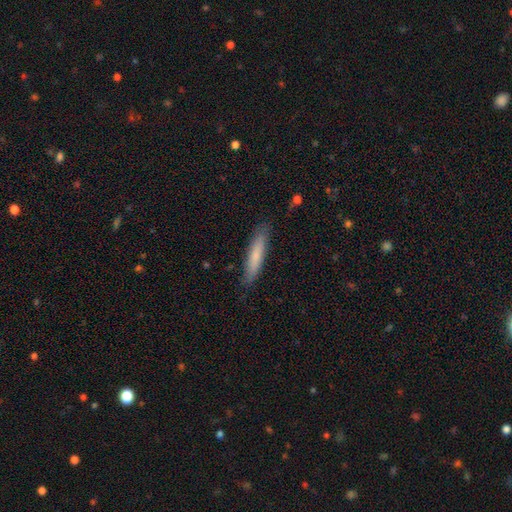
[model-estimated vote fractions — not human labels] Smooth or featured? smooth (74%)
How rounded? cigar-shaped (90%)
Merging? none (85%)